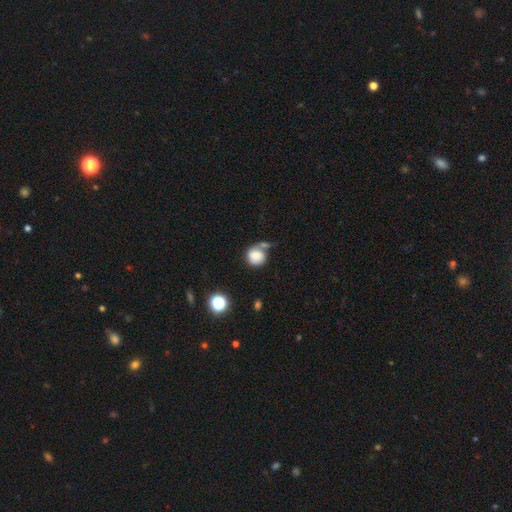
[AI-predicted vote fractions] The model was most divided on "merging": none: 39%, merger: 25%, minor disturbance: 19%, major disturbance: 16%. More confident: how rounded — round (82%); smooth or featured — smooth (77%).